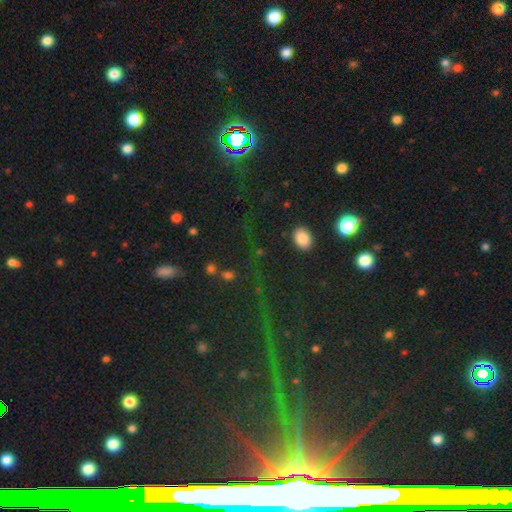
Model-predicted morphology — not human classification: This is likely a star or artifact rather than a galaxy (70%).